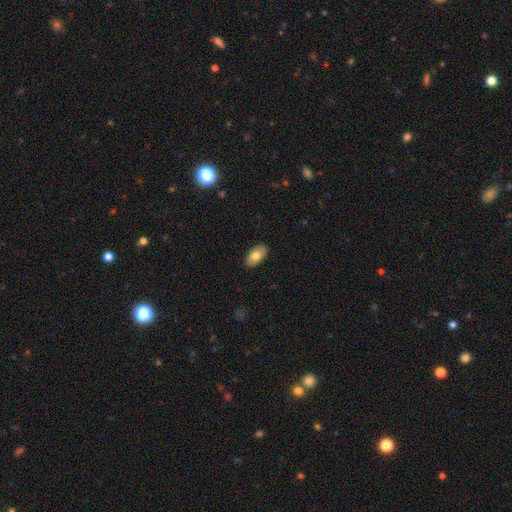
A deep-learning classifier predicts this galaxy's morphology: type=smooth (75%); roundness=in between (94%); merging=none (88%).